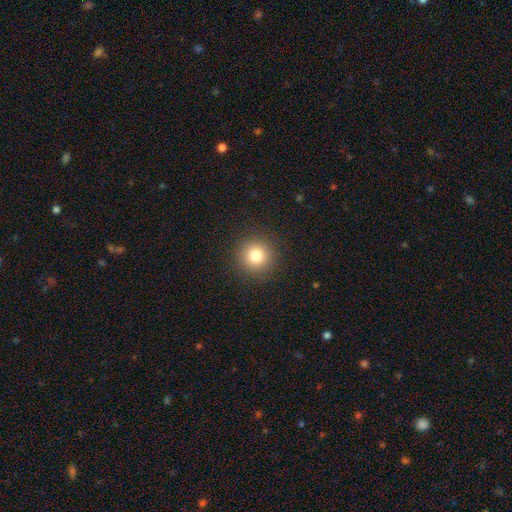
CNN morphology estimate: Smooth or featured? Predicted: smooth (p=0.80). How rounded? Predicted: round (p=0.95). Merging? Predicted: none (p=0.91).